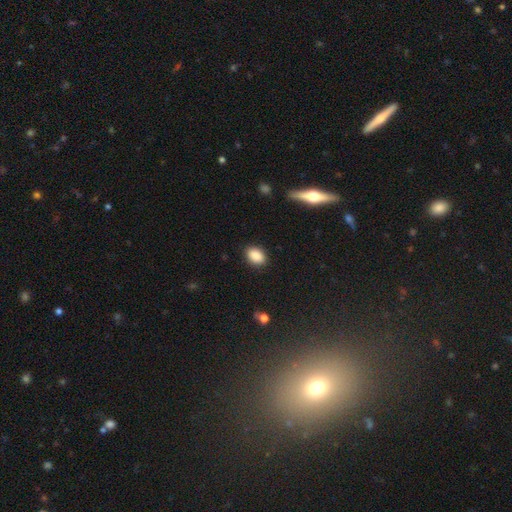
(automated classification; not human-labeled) smooth_or_featured: smooth (p=0.89) [alt: star or artifact p=0.07]
how_rounded: in between (p=0.78) [alt: round p=0.20]
merging: none (p=0.88) [alt: minor disturbance p=0.09]